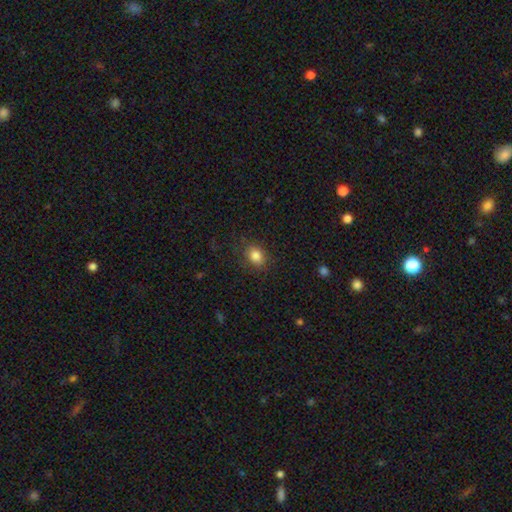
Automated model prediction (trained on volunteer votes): smooth 84%, star or artifact 10%, featured or disk 6%. Down the decision tree: how rounded — in between (62%); merging — none (83%).